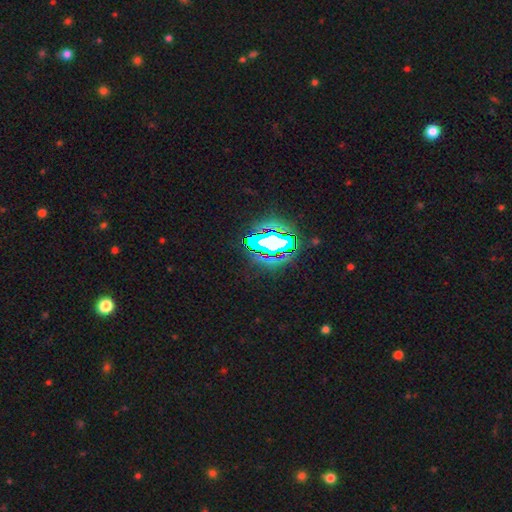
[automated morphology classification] A star or artifact, not a galaxy (83%).